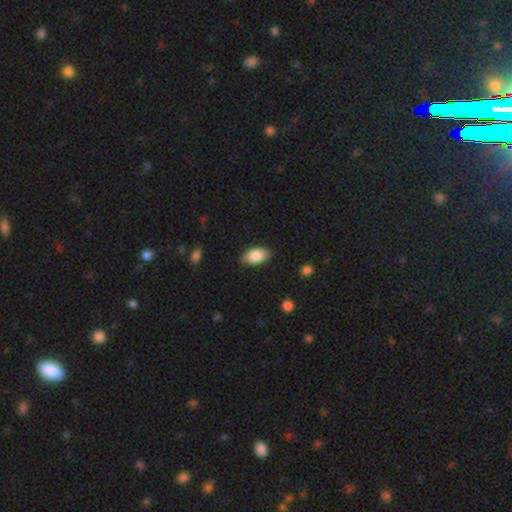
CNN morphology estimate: Q: Smooth or featured?
A: smooth (86%); runner-up: featured or disk (8%)
Q: How rounded?
A: in between (93%); runner-up: round (5%)
Q: Merging?
A: none (84%); runner-up: minor disturbance (13%)